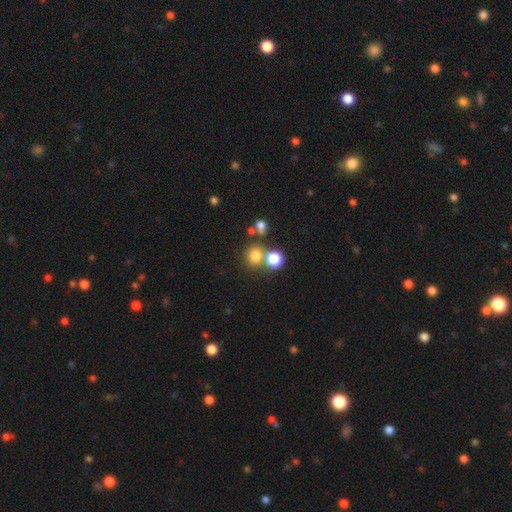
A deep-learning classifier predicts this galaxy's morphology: Smooth or featured? Predicted: smooth (p=0.75). How rounded? Predicted: round (p=0.85). Merging? Predicted: none (p=0.62).